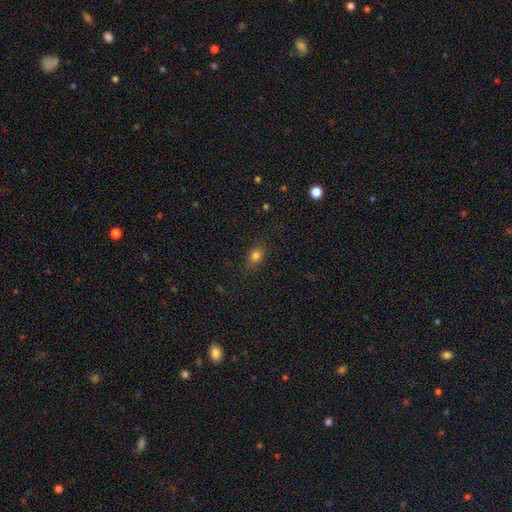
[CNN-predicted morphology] smooth_or_featured: smooth (p=0.79) [alt: star or artifact p=0.13]
how_rounded: in between (p=0.61) [alt: round p=0.37]
merging: none (p=0.82) [alt: minor disturbance p=0.13]